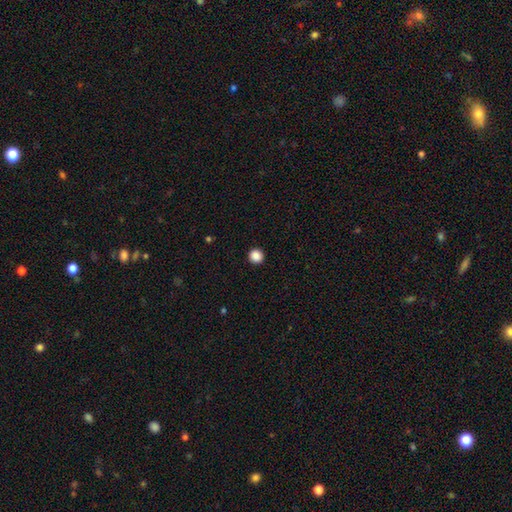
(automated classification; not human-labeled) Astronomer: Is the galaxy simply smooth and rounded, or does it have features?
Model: smooth — 88%.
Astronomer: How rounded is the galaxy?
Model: round — 94%.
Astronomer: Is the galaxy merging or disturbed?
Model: none — 93%.